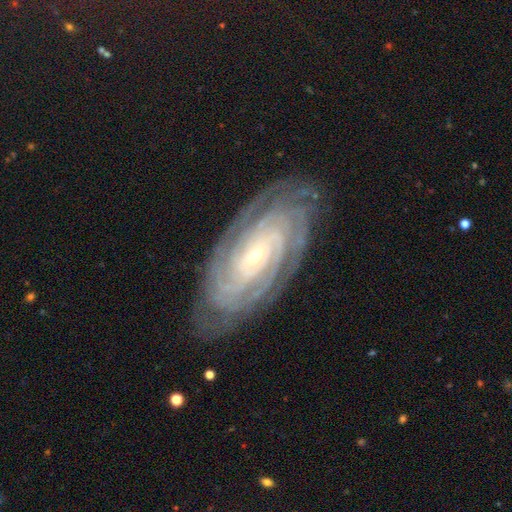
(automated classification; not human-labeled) smooth-or-featured: featured or disk: 90% | star or artifact: 5% | smooth: 4%
  disk-edge-on: no: 95% | yes: 5%
    bar: no: 61% | weak: 25% | strong: 14%
    has-spiral-arms: yes: 98% | no: 2%
      spiral-winding: tight: 85% | medium: 13% | loose: 2%
      spiral-arm-count: 4: 28% | can't tell: 20% | more than 4: 18% | 3: 16% | 2: 12% | 1: 7%
    bulge-size: small: 78% | moderate: 19% | large: 1% | none: 1% | dominant: 1%
  merging: none: 82% | minor disturbance: 13% | major disturbance: 3% | merger: 1%